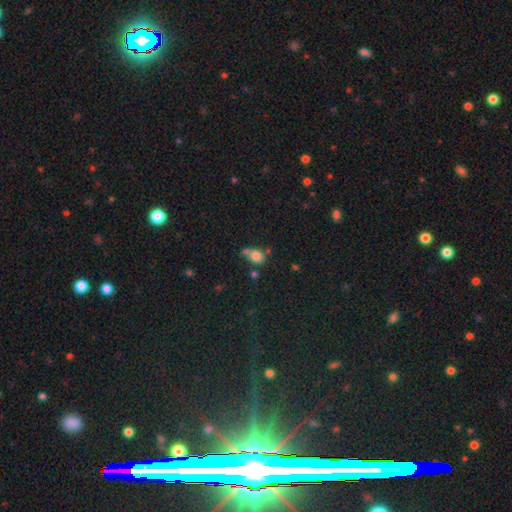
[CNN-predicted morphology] smooth 77%, star or artifact 12%, featured or disk 11%. Down the decision tree: how rounded — in between (53%); merging — none (35%).